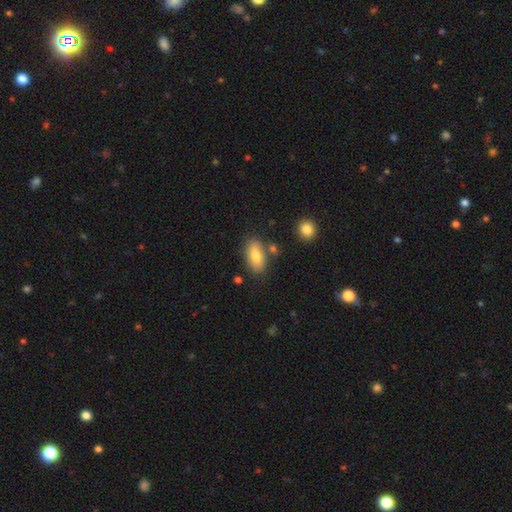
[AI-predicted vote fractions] Q: Smooth or featured?
A: smooth (77%); runner-up: featured or disk (16%)
Q: How rounded?
A: in between (90%); runner-up: cigar-shaped (5%)
Q: Merging?
A: none (76%); runner-up: minor disturbance (13%)